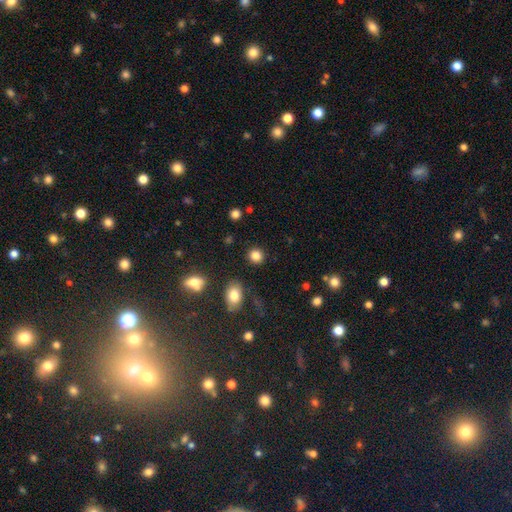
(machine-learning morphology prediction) Smooth or featured? Predicted: smooth (p=0.85). How rounded? Predicted: round (p=0.85). Merging? Predicted: none (p=0.90).